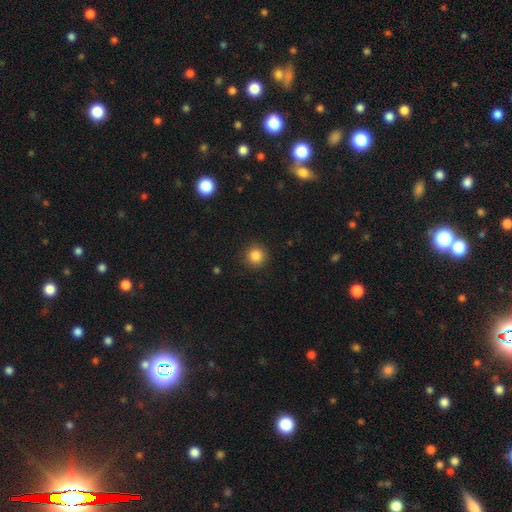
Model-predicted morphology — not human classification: A smooth galaxy with no disk features (86%) that is round (94%).

Vote fractions:
- Smooth or featured? smooth: 86% / star or artifact: 10% / featured or disk: 4%
- How rounded? round: 94% / in between: 5% / cigar-shaped: 1%
- Merging? none: 91% / minor disturbance: 6% / major disturbance: 2% / merger: 1%